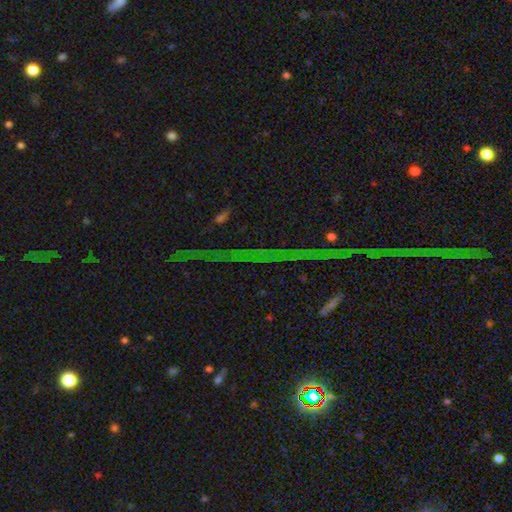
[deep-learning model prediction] Q: Smooth or featured?
A: star or artifact (82%); runner-up: featured or disk (9%)